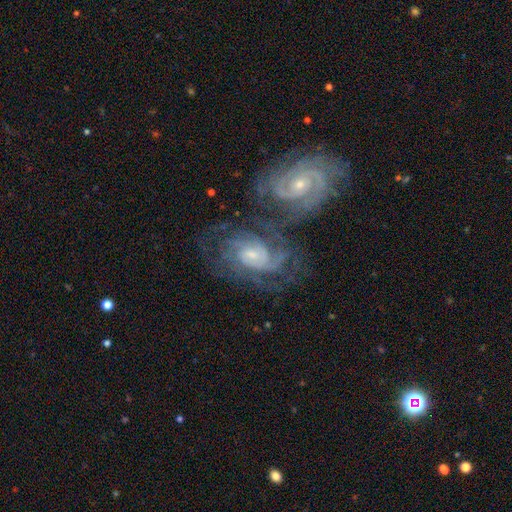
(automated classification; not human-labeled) This is clearly a featured or disk galaxy (87%). It is clearly not viewed edge-on (97%). Bar: possibly no (58%). Spiral arm pattern: clearly yes (97%). Spiral arm count: marginally 2 (33%). Spiral winding: likely tight (63%). Central bulge: likely small (68%). Merging: marginally merger (43%).